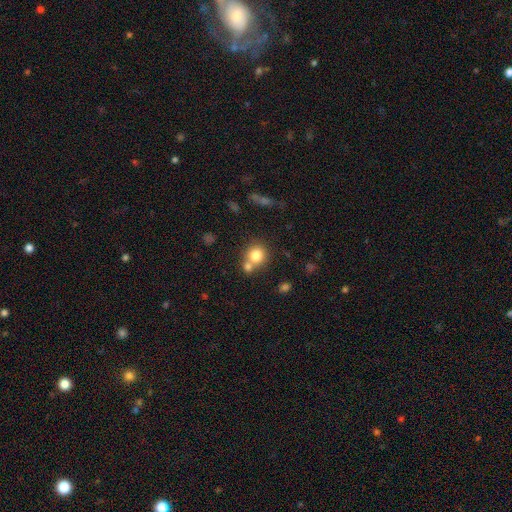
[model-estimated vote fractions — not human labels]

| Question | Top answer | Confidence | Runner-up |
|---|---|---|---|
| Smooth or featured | smooth | 79% | star or artifact (11%) |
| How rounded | round | 86% | in between (13%) |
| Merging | none | 52% | merger (37%) |